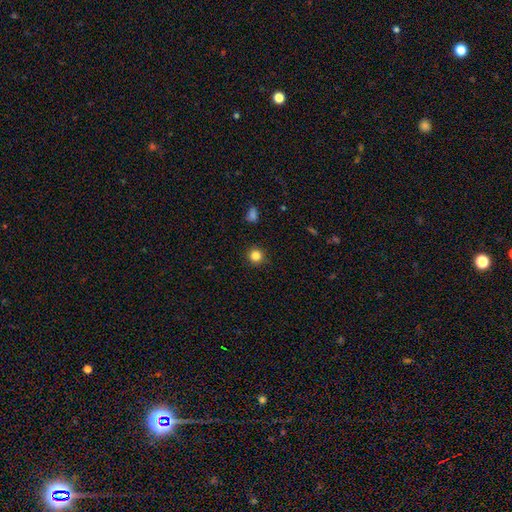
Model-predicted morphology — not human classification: smooth 84%, star or artifact 12%, featured or disk 4%. Down the decision tree: how rounded — round (95%); merging — none (91%).